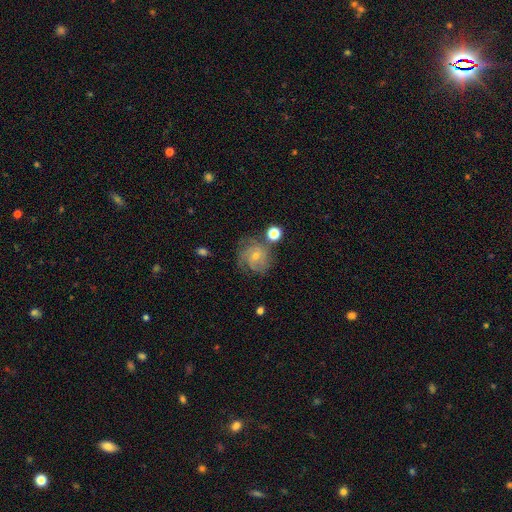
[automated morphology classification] featured or disk 74%, smooth 15%, star or artifact 11%. Down the decision tree: edge-on disk — no (98%); bar — no (73%); spiral arms — yes (94%); spiral arm count — 3 (32%); spiral winding — tight (62%); bulge size — small (63%); merging — none (71%).